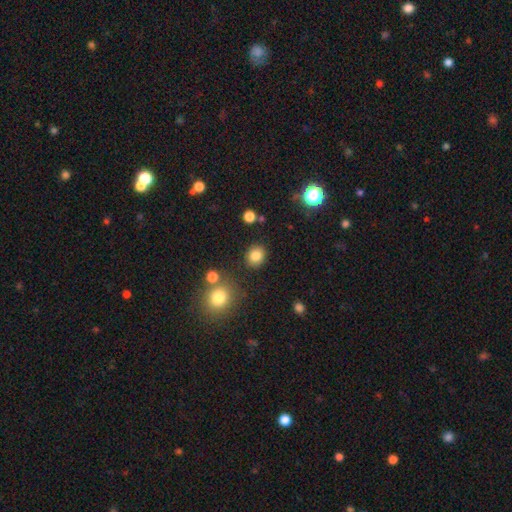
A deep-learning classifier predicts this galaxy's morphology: The model was most divided on "how rounded": round: 74%, in between: 25%, cigar-shaped: 1%. More confident: merging — none (86%); smooth or featured — smooth (83%).